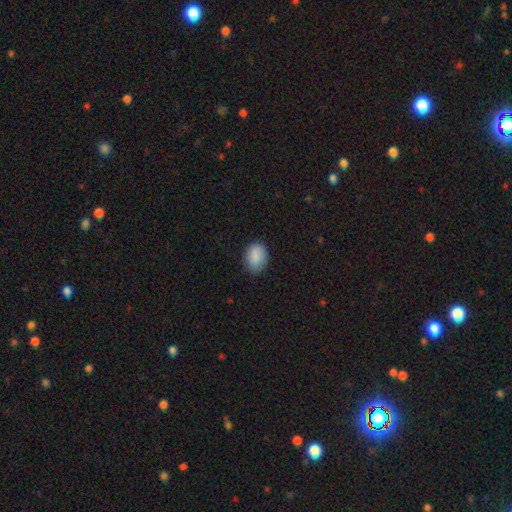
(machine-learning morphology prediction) smooth-or-featured: smooth: 88% | star or artifact: 7% | featured or disk: 5%
  how-rounded: in between: 67% | round: 31% | cigar-shaped: 1%
  merging: none: 79% | minor disturbance: 17% | major disturbance: 3% | merger: 1%